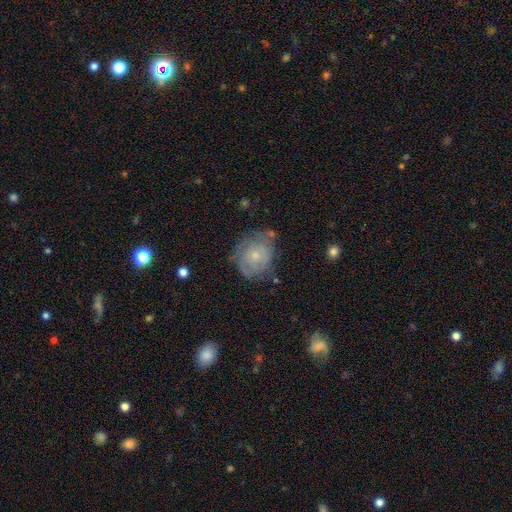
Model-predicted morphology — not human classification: Smooth or featured?
  - featured or disk: 58% *
  - smooth: 35%
  - star or artifact: 8%
Edge-on disk?
  - no: 97% *
  - yes: 3%
Bar?
  - no: 83% *
  - weak: 14%
  - strong: 2%
Spiral arms?
  - yes: 71% *
  - no: 29%
Bulge size?
  - small: 70% *
  - moderate: 25%
  - none: 3%
  - large: 2%
  - dominant: 1%
Merging?
  - none: 57% *
  - minor disturbance: 27%
  - major disturbance: 12%
  - merger: 4%